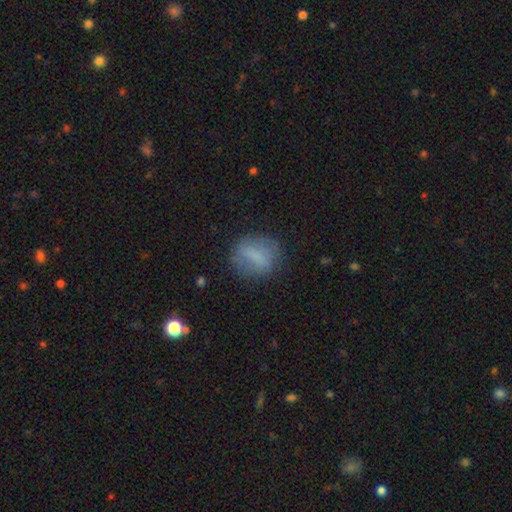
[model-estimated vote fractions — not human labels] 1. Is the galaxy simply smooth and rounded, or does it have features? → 68% smooth, 22% featured or disk, 10% star or artifact.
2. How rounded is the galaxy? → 53% round, 43% in between, 4% cigar-shaped.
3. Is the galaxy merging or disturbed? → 74% none, 17% minor disturbance, 7% major disturbance, 2% merger.